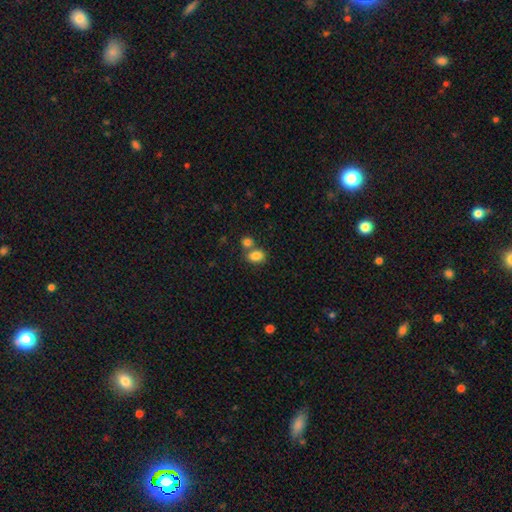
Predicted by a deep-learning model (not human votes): smooth-or-featured: smooth: 83% | star or artifact: 10% | featured or disk: 7%
  how-rounded: in between: 70% | round: 29% | cigar-shaped: 1%
  merging: none: 50% | merger: 36% | minor disturbance: 10% | major disturbance: 4%